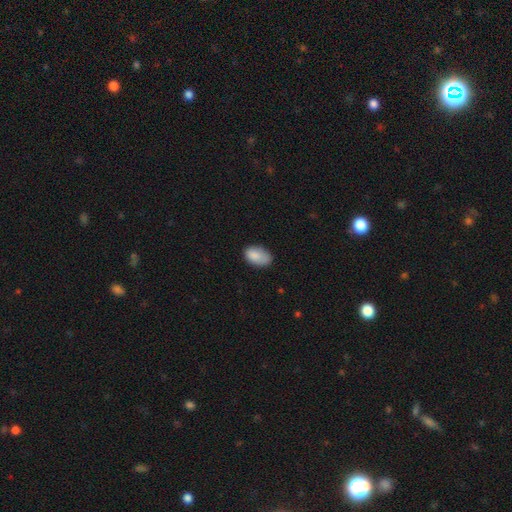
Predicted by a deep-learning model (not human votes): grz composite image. It shows a smooth galaxy with no disk features (84%) that is in between round and cigar-shaped (89%). Merging: none (62%).